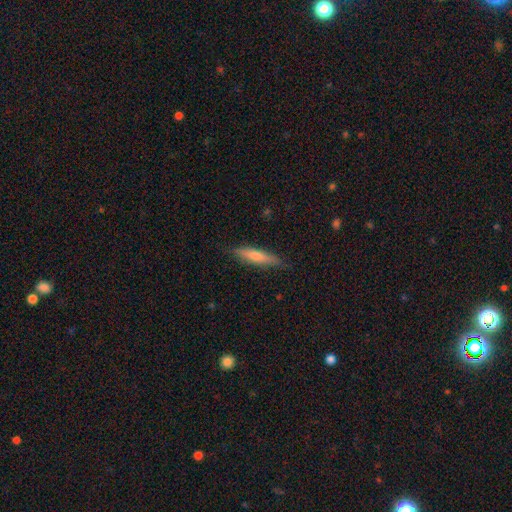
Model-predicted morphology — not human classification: A smooth galaxy with no disk features (60%) that is cigar-shaped (87%).

Vote fractions:
- Smooth or featured? smooth: 60% / featured or disk: 34% / star or artifact: 6%
- How rounded? cigar-shaped: 87% / in between: 12% / round: 2%
- Merging? none: 85% / minor disturbance: 12% / major disturbance: 2% / merger: 1%